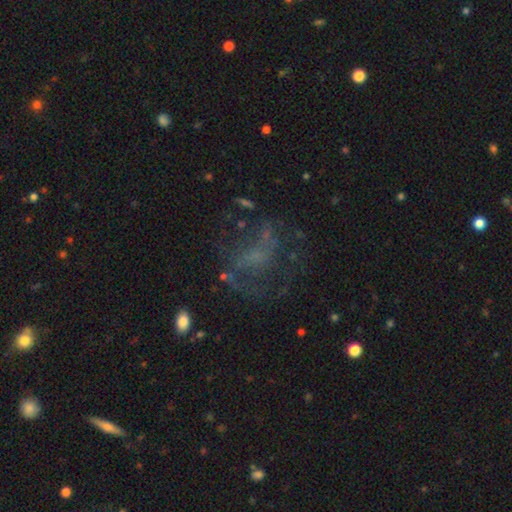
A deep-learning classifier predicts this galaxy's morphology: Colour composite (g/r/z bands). It shows a featured or disk galaxy (55%) with no bar (65%), no spiral arms (54%) and no central bulge (63%). Merging: none (47%).